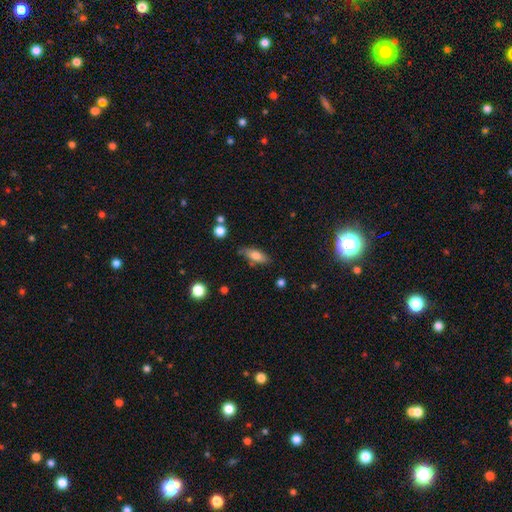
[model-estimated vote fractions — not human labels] Smooth or featured? smooth (73%)
How rounded? in between (72%)
Merging? none (72%)